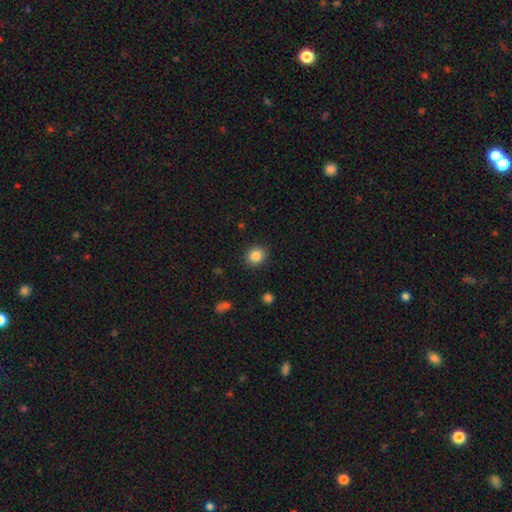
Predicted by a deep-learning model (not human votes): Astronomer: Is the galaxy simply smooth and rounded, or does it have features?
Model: smooth — 85%.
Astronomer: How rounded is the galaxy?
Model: round — 75%.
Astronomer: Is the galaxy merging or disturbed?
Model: none — 89%.